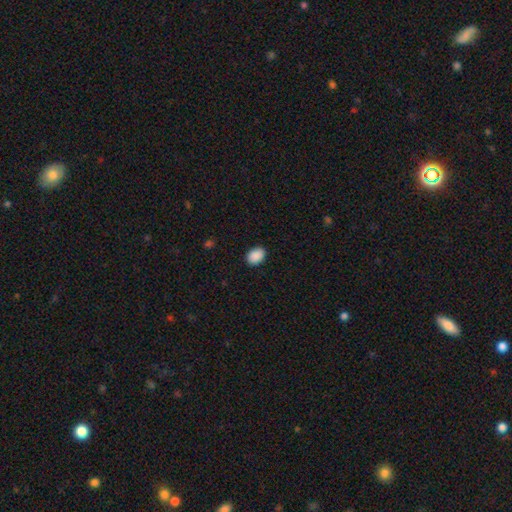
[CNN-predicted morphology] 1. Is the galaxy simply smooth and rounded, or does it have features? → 90% smooth, 7% star or artifact, 2% featured or disk.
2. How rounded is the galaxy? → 74% in between, 25% round, 1% cigar-shaped.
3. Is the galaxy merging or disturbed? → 88% none, 9% minor disturbance, 2% major disturbance, 1% merger.